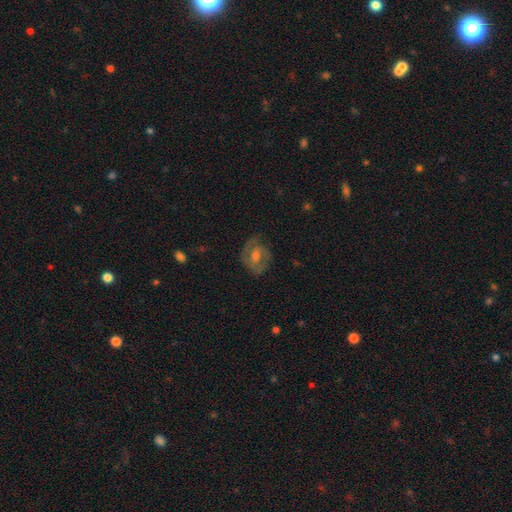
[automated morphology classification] Q: Smooth or featured?
A: featured or disk (65%); runner-up: smooth (26%)
Q: Edge-on disk?
A: no (96%); runner-up: yes (4%)
Q: Bar?
A: weak (45%); runner-up: no (39%)
Q: Spiral arms?
A: yes (73%); runner-up: no (27%)
Q: Bulge size?
A: moderate (60%); runner-up: small (30%)
Q: Merging?
A: none (73%); runner-up: minor disturbance (18%)